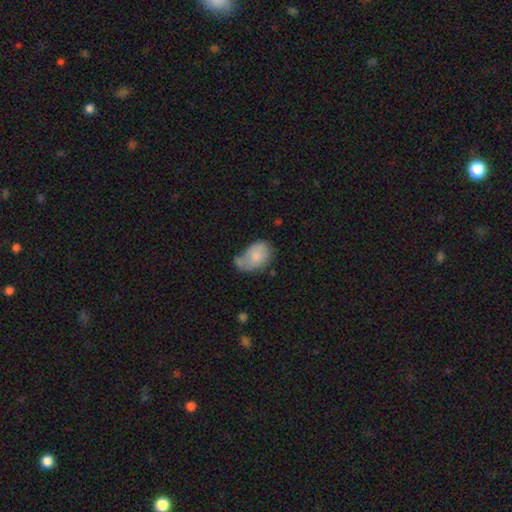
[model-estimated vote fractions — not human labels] Smooth or featured? smooth (70%)
How rounded? in between (84%)
Merging? minor disturbance (32%, tied with none)